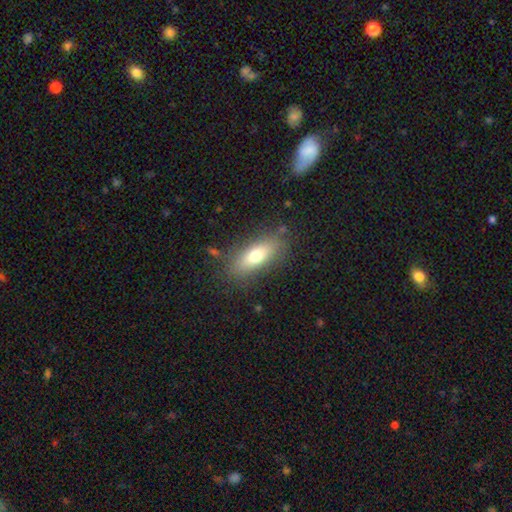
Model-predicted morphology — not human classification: Overall: smooth (71%). How rounded: in between (73%). Merging: none (81%).